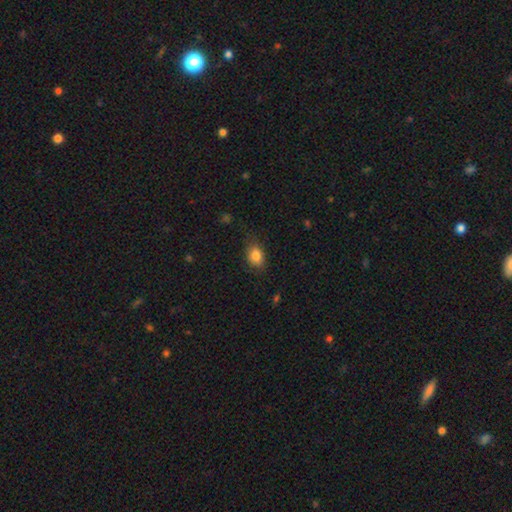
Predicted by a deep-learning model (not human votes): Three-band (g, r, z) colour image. It shows a smooth galaxy with no disk features (84%) that is in between round and cigar-shaped (80%). Merging: none (74%).